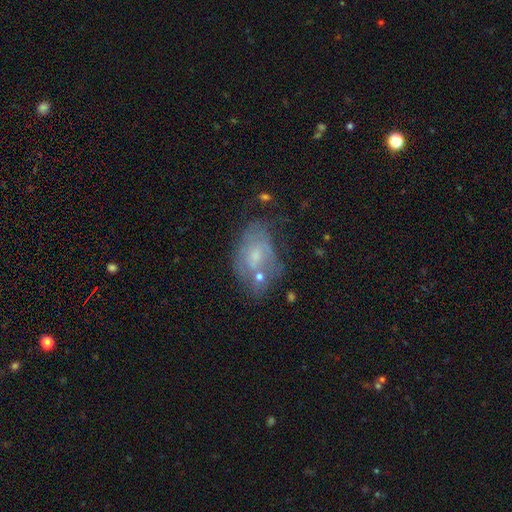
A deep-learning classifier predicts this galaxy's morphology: A featured or disk galaxy (51%).

Vote fractions:
- Smooth or featured? featured or disk: 51% / smooth: 38% / star or artifact: 11%
- Edge-on disk? no: 95% / yes: 5%
- Merging? none: 39% / minor disturbance: 25% / major disturbance: 18% / merger: 17%